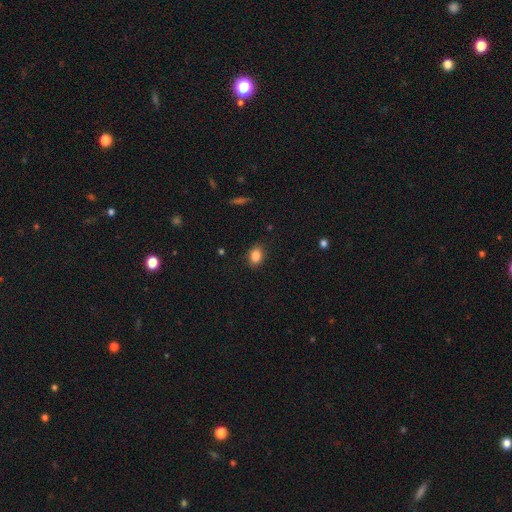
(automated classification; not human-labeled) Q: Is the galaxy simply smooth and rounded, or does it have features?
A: smooth — 85%.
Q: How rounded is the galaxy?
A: in between — 68%.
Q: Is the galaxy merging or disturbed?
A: none — 85%.